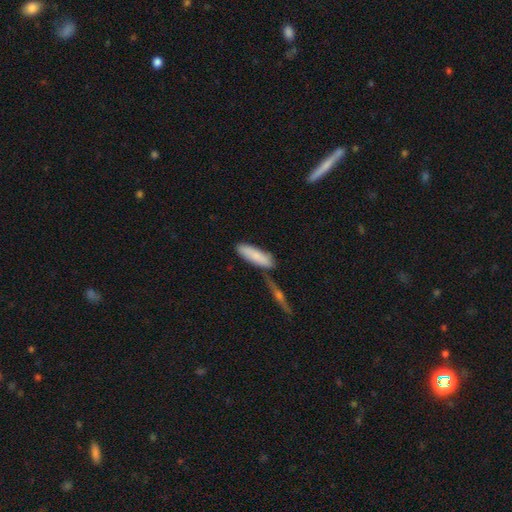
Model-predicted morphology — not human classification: This is clearly a smooth galaxy (80%). How rounded: possibly cigar-shaped (55%). Merging: likely none (62%).